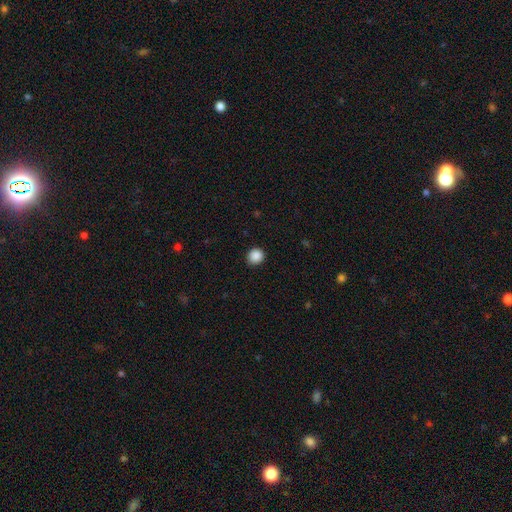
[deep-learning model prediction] This appears to be a smooth galaxy with no disk features (88%) that is round (85%). Merging: none (90%).